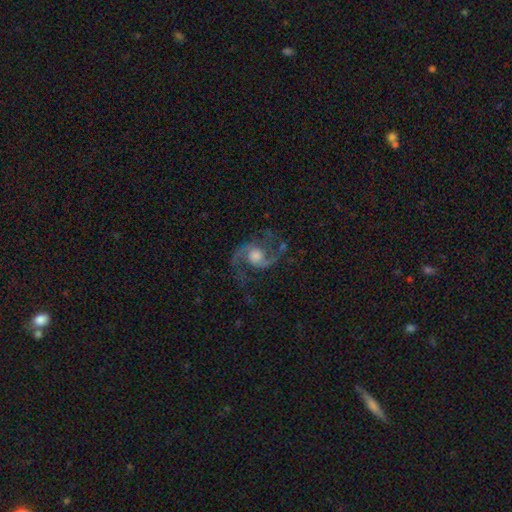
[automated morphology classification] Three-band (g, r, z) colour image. It shows a featured or disk galaxy (89%) with no bar (66%), 2 (93%) medium (49%) spiral arms (97%) and a moderate central bulge (52%). Merging: none (70%).